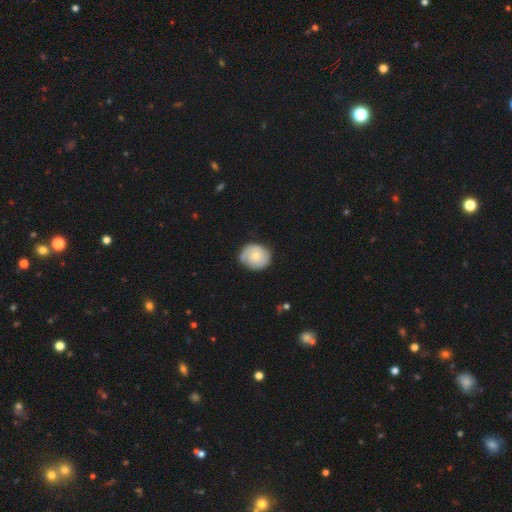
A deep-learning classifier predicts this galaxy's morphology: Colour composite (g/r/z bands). It shows a smooth galaxy with no disk features (54%) that is round (66%). Merging: none (70%).